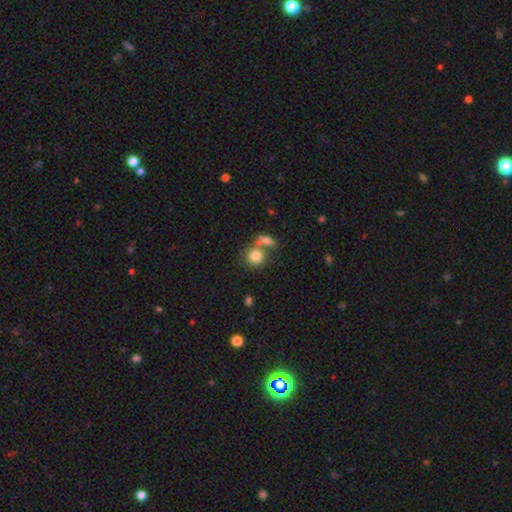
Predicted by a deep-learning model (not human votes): smooth 80%, featured or disk 11%, star or artifact 9%. Down the decision tree: how rounded — round (78%); merging — merger (44%).